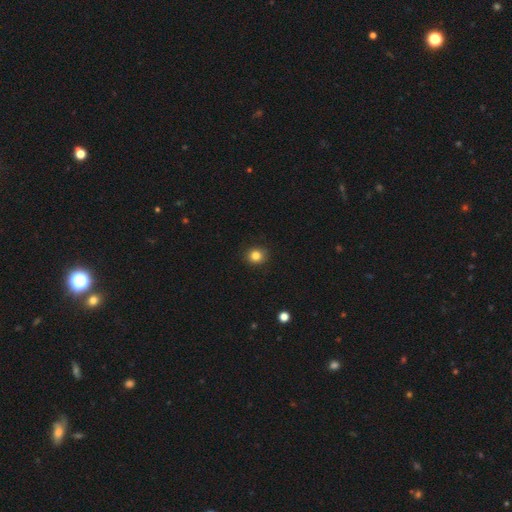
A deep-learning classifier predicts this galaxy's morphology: smooth_or_featured: smooth (p=0.84) [alt: star or artifact p=0.12]
how_rounded: round (p=0.85) [alt: in between p=0.14]
merging: none (p=0.89) [alt: minor disturbance p=0.08]